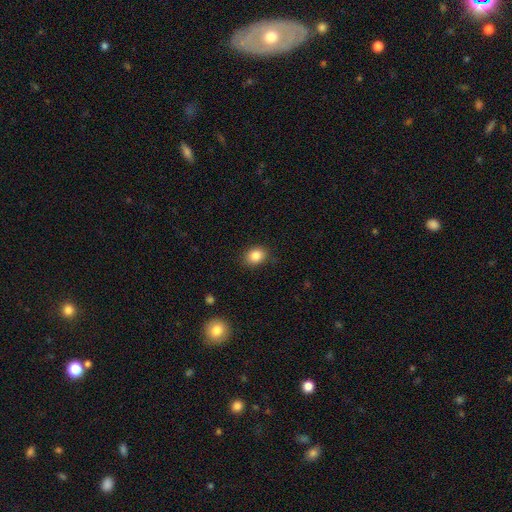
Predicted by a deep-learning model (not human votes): smooth-or-featured: smooth: 86% | star or artifact: 9% | featured or disk: 5%
  how-rounded: in between: 54% | round: 45% | cigar-shaped: 1%
  merging: none: 85% | minor disturbance: 11% | major disturbance: 3% | merger: 1%